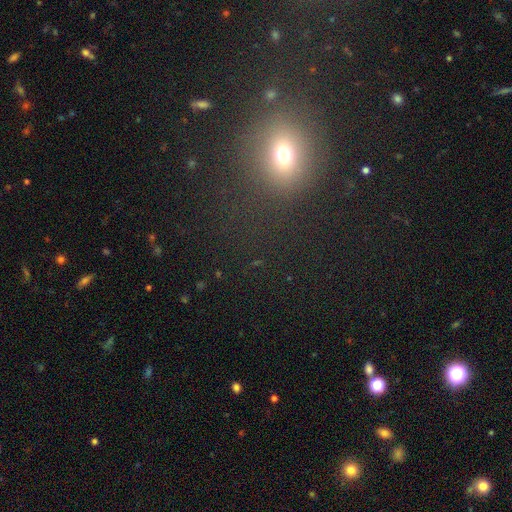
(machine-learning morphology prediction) This is possibly a smooth galaxy (53%). How rounded: possibly round (60%). Merging: clearly none (83%).